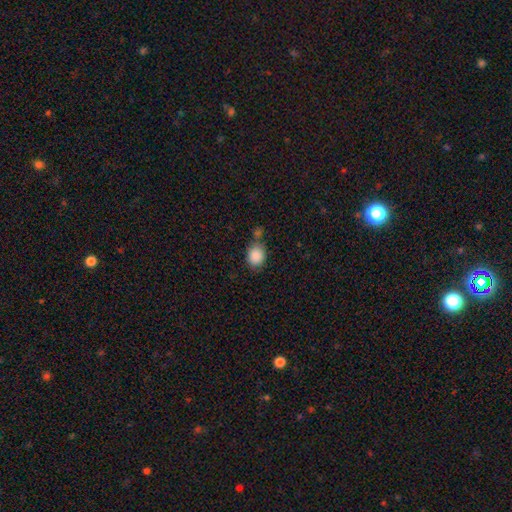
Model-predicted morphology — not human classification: This appears to be a smooth galaxy with no disk features (88%) that is round (54%). Merging: none (60%).